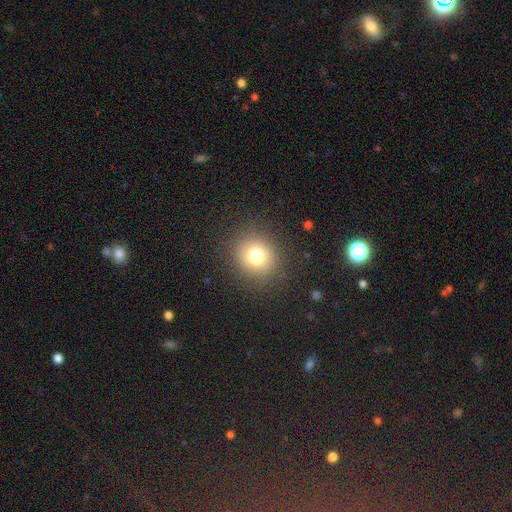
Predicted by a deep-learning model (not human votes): smooth 75%, star or artifact 15%, featured or disk 10%. Down the decision tree: how rounded — round (83%); merging — none (87%).